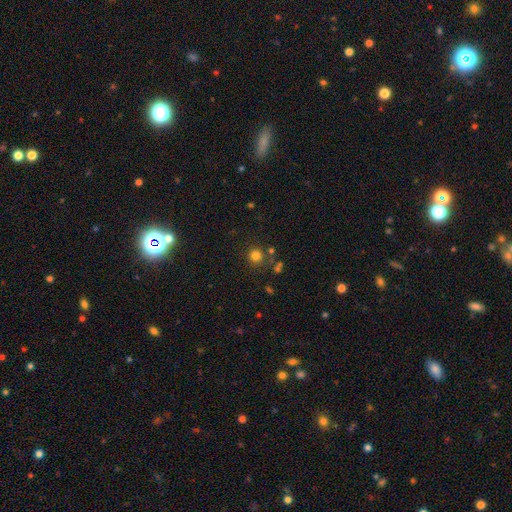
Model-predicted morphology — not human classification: This appears to be a smooth galaxy with no disk features (78%) that is round (92%). Merging: none (79%).